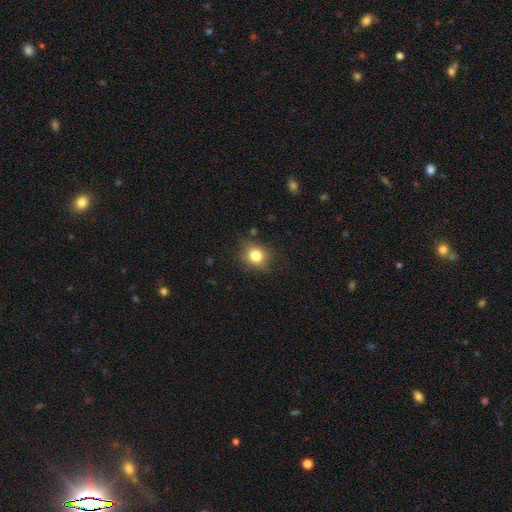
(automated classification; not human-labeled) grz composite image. It shows a smooth galaxy with no disk features (80%) that is round (69%). Merging: none (78%).